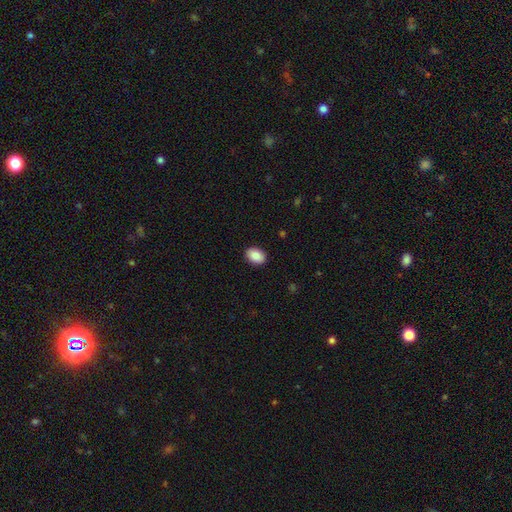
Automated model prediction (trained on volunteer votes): Overall: smooth (89%). How rounded: in between (78%). Merging: none (90%).